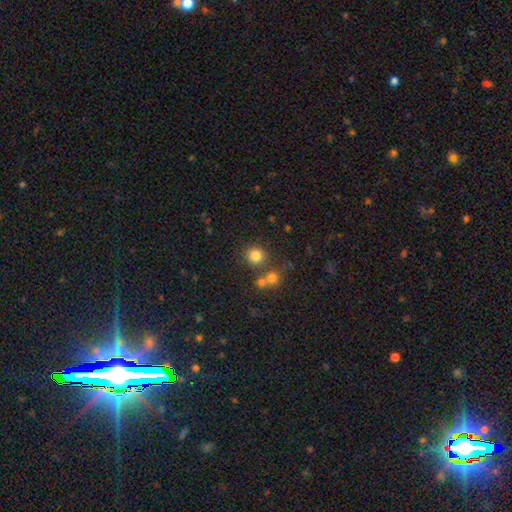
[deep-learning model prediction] smooth_or_featured: smooth (p=0.79) [alt: star or artifact p=0.14]
how_rounded: round (p=0.89) [alt: in between p=0.10]
merging: none (p=0.74) [alt: merger p=0.14]